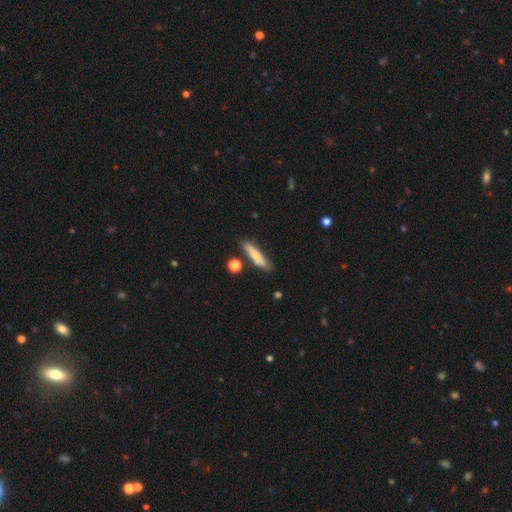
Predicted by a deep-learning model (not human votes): smooth_or_featured: smooth (p=0.64) [alt: featured or disk p=0.30]
how_rounded: cigar-shaped (p=0.83) [alt: in between p=0.15]
merging: none (p=0.77) [alt: minor disturbance p=0.14]